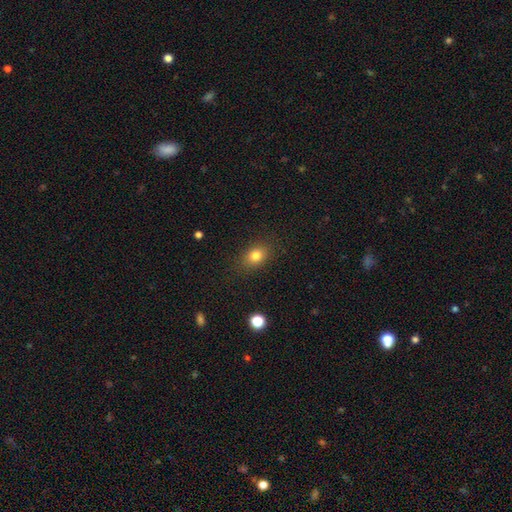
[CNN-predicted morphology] A smooth galaxy with no disk features (80%) that is in between round and cigar-shaped (65%).

Vote fractions:
- Smooth or featured? smooth: 80% / star or artifact: 11% / featured or disk: 8%
- How rounded? in between: 65% / round: 33% / cigar-shaped: 2%
- Merging? none: 85% / minor disturbance: 11% / major disturbance: 3% / merger: 1%